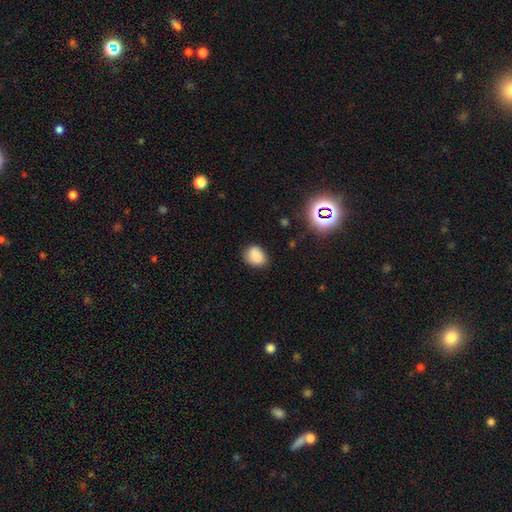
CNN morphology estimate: The model was most divided on "how rounded": in between: 53%, round: 46%, cigar-shaped: 1%. More confident: smooth or featured — smooth (85%); merging — none (76%).